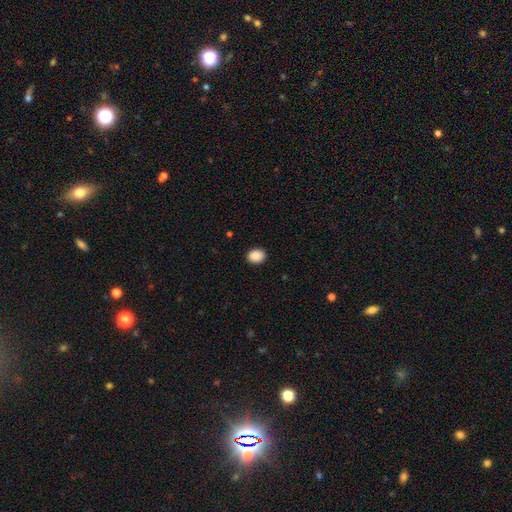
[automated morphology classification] This appears to be a smooth galaxy with no disk features (90%) that is in between round and cigar-shaped (55%). Merging: none (90%).